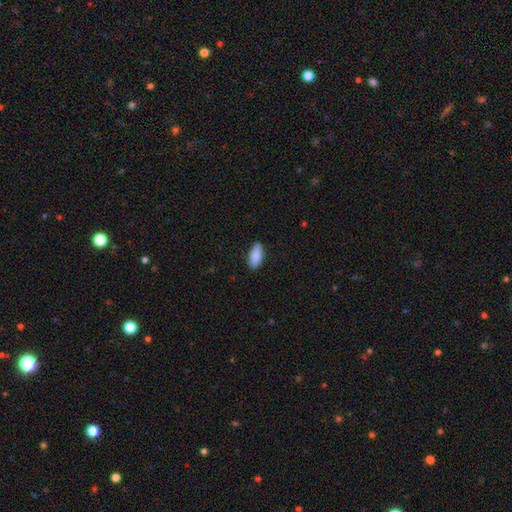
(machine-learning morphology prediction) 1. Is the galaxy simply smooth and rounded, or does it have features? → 89% smooth, 6% star or artifact, 5% featured or disk.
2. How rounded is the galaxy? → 84% in between, 14% cigar-shaped, 2% round.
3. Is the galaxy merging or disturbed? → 87% none, 10% minor disturbance, 2% major disturbance, 1% merger.